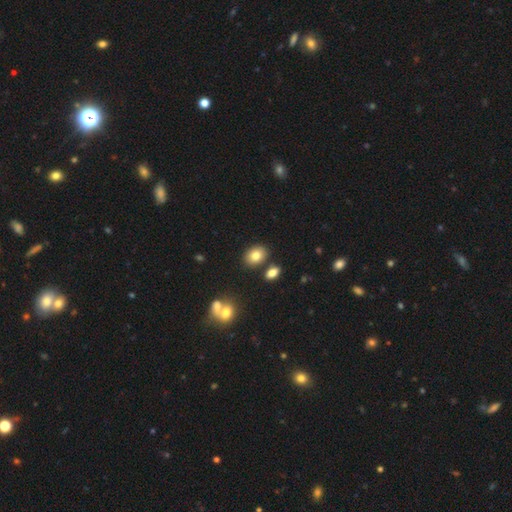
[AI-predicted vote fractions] Smooth or featured? smooth (81%)
How rounded? in between (69%)
Merging? none (80%)